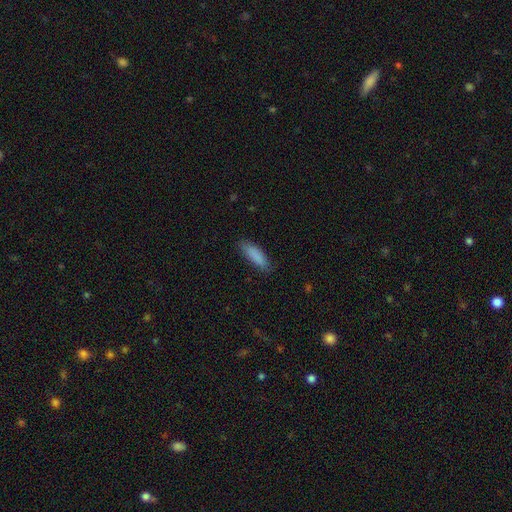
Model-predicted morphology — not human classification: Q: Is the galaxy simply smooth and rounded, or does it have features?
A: smooth — 88%.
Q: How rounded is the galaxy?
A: cigar-shaped — 50%.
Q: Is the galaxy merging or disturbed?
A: none — 83%.